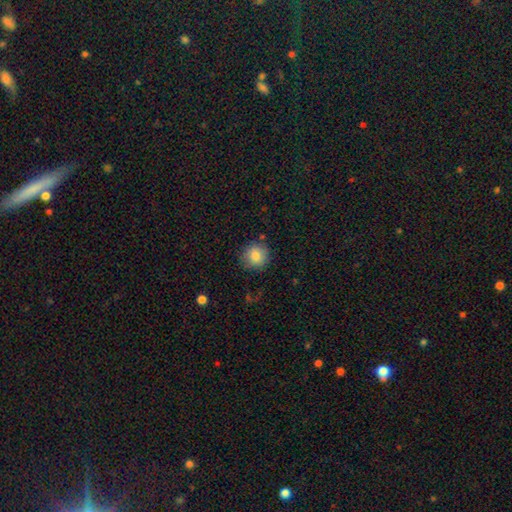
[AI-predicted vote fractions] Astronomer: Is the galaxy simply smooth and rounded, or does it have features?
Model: smooth — 86%.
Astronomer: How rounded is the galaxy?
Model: round — 90%.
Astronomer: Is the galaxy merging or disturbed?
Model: none — 84%.